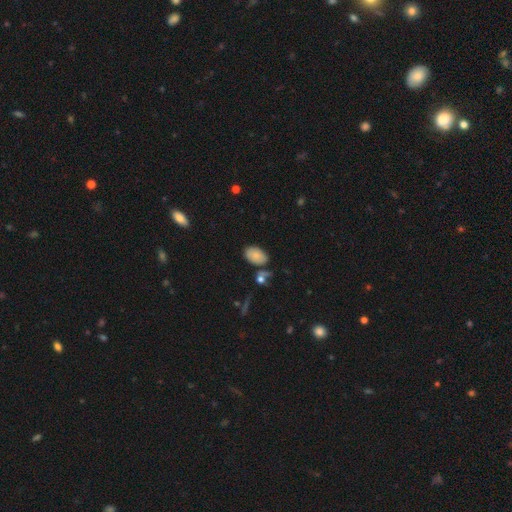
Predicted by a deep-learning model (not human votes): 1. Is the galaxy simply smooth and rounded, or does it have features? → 77% smooth, 13% featured or disk, 9% star or artifact.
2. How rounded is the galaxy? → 90% in between, 9% round, 1% cigar-shaped.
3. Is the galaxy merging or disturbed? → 69% none, 18% minor disturbance, 8% merger, 4% major disturbance.